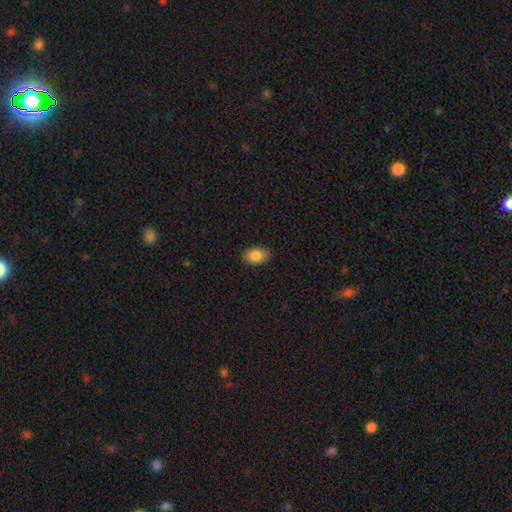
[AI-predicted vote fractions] Smooth or featured? Predicted: smooth (p=0.86). How rounded? Predicted: in between (p=0.87). Merging? Predicted: none (p=0.87).